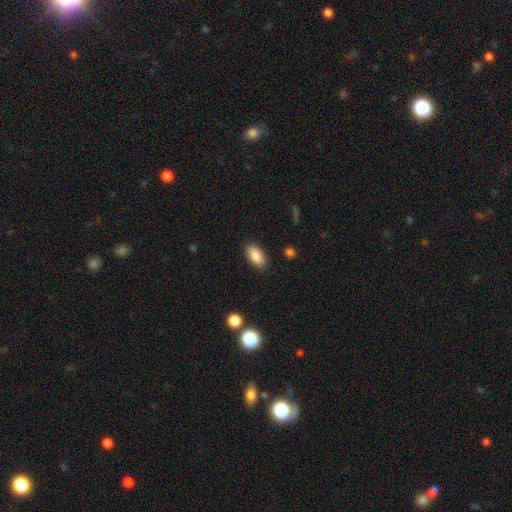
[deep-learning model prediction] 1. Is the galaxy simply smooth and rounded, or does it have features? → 88% smooth, 7% star or artifact, 5% featured or disk.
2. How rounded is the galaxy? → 92% in between, 5% cigar-shaped, 3% round.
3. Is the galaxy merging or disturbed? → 87% none, 9% minor disturbance, 2% major disturbance, 1% merger.